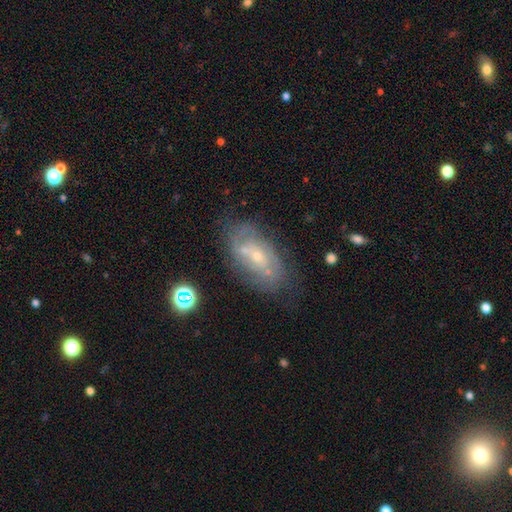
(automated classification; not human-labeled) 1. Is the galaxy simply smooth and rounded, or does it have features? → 71% featured or disk, 20% smooth, 9% star or artifact.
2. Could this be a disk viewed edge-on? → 93% no, 7% yes.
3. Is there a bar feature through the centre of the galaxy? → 57% no, 35% weak, 8% strong.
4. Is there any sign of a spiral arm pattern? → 76% yes, 24% no.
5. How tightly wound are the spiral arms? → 46% tight, 38% medium, 16% loose.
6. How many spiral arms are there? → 46% can't tell, 36% 2, 7% 3, 4% 1, 3% 4, 3% more than 4.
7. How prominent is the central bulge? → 69% small, 26% moderate, 3% none, 1% large, 1% dominant.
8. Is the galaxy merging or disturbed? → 64% none, 20% minor disturbance, 9% major disturbance, 6% merger.